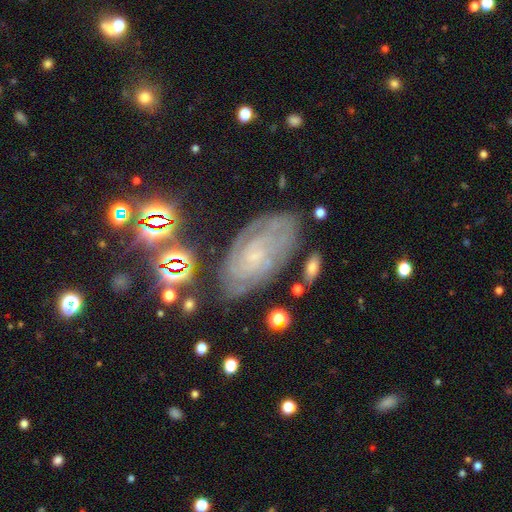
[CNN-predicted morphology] A featured or disk galaxy (76%) with no bar (70%), tight (74%) spiral arms (93%) and a small central bulge (77%). Merging: none (74%).